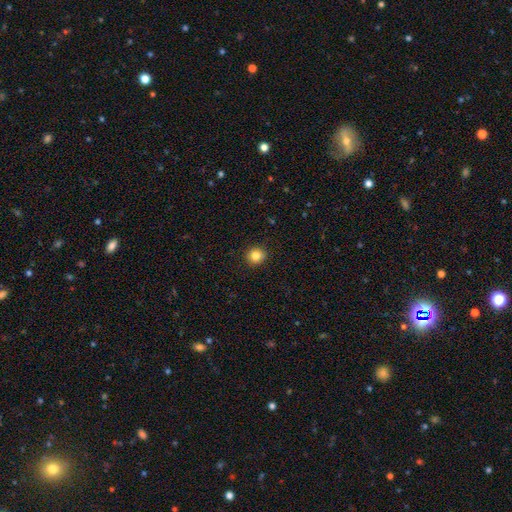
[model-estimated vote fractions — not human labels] Smooth or featured: smooth — 83% (star or artifact — 11%)
How rounded: round — 90% (in between — 9%)
Merging: none — 91% (minor disturbance — 6%)